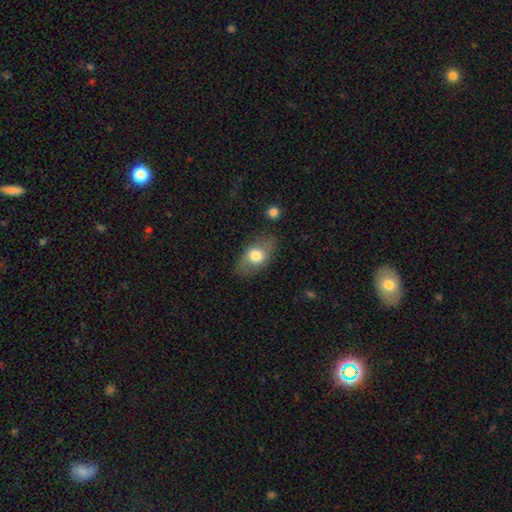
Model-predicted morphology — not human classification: A smooth galaxy with no disk features (68%) that is in between round and cigar-shaped (82%).

Vote fractions:
- Smooth or featured? smooth: 68% / featured or disk: 25% / star or artifact: 7%
- How rounded? in between: 82% / round: 14% / cigar-shaped: 3%
- Merging? none: 77% / minor disturbance: 15% / major disturbance: 5% / merger: 2%